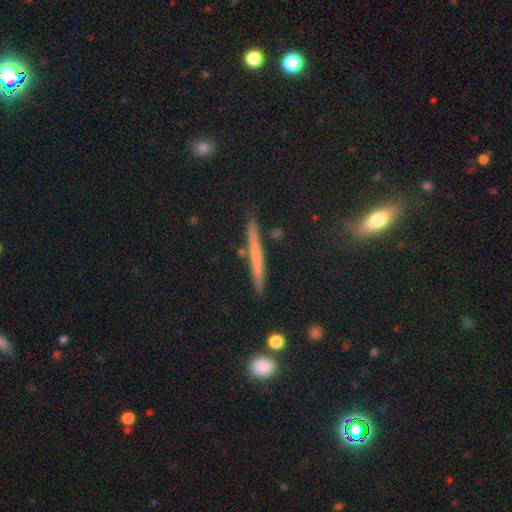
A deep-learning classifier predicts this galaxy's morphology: Q: Smooth or featured?
A: smooth (50%); runner-up: featured or disk (42%)
Q: Merging?
A: none (89%); runner-up: minor disturbance (8%)